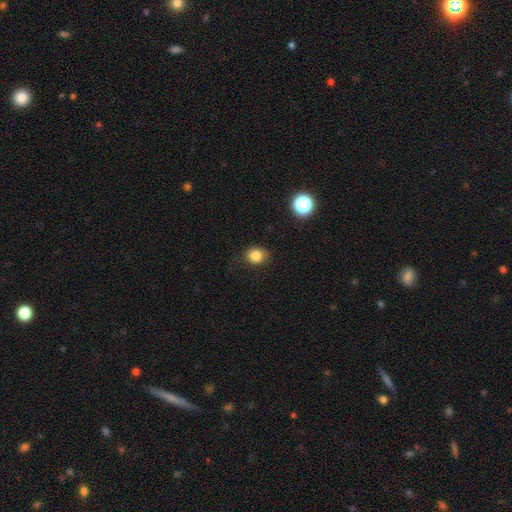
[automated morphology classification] A smooth galaxy with no disk features (82%) that is round (66%). Merging: none (78%).